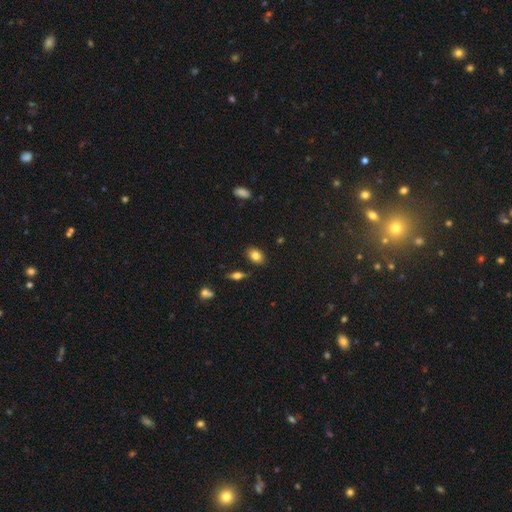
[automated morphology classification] Q: Smooth or featured?
A: smooth (80%); runner-up: featured or disk (11%)
Q: How rounded?
A: in between (80%); runner-up: round (18%)
Q: Merging?
A: none (84%); runner-up: minor disturbance (10%)